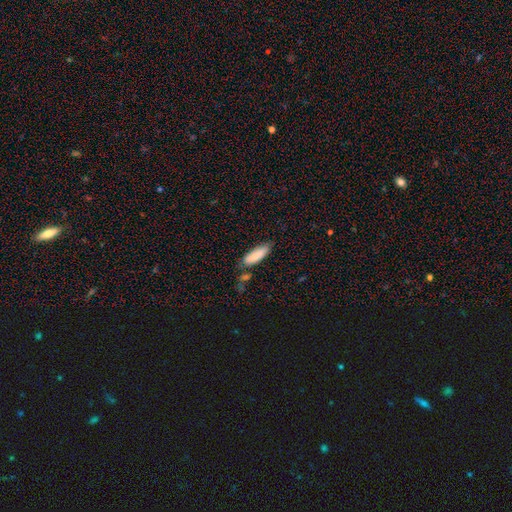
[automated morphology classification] smooth-or-featured: smooth: 82% | featured or disk: 12% | star or artifact: 7%
  how-rounded: in between: 60% | cigar-shaped: 38% | round: 2%
  merging: none: 67% | minor disturbance: 20% | merger: 8% | major disturbance: 4%